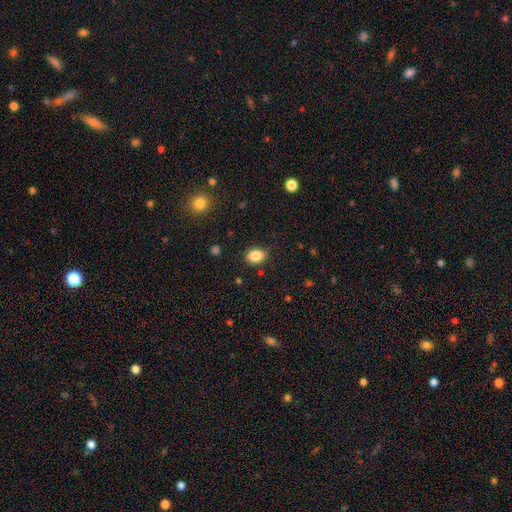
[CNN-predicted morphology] This appears to be a smooth galaxy with no disk features (85%) that is in between round and cigar-shaped (70%). Merging: none (83%).